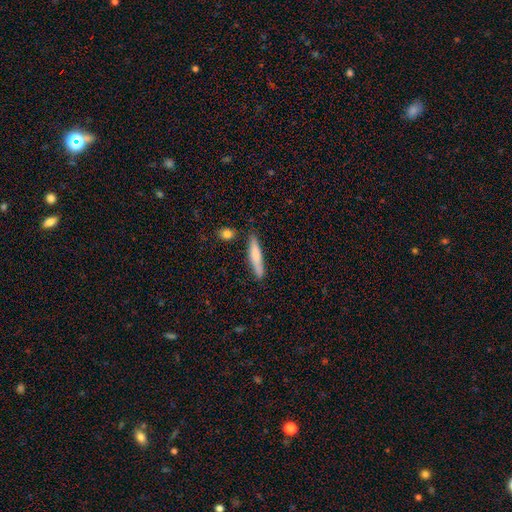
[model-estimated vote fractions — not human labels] smooth-or-featured: smooth: 71% | featured or disk: 23% | star or artifact: 6%
  how-rounded: cigar-shaped: 88% | in between: 11% | round: 2%
  merging: none: 82% | minor disturbance: 13% | merger: 3% | major disturbance: 2%